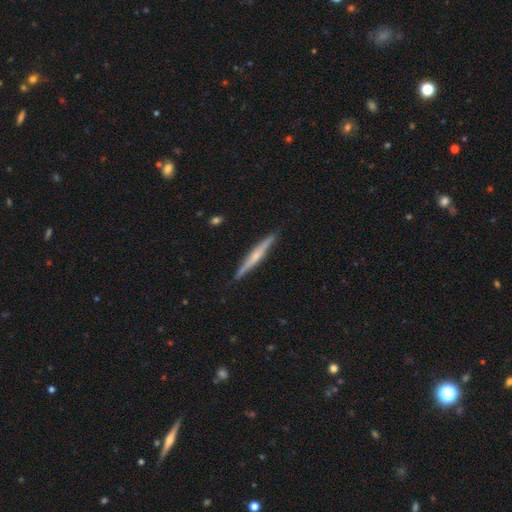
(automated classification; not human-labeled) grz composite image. It shows a featured or disk galaxy (61%) viewed edge-on (97%) with a rounded central bulge (57%). Merging: none (89%).